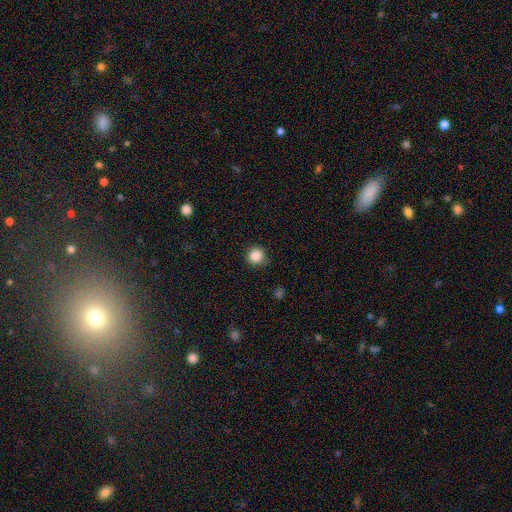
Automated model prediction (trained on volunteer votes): Smooth or featured: smooth — 86% (star or artifact — 10%)
How rounded: round — 95% (in between — 4%)
Merging: none — 88% (minor disturbance — 9%)